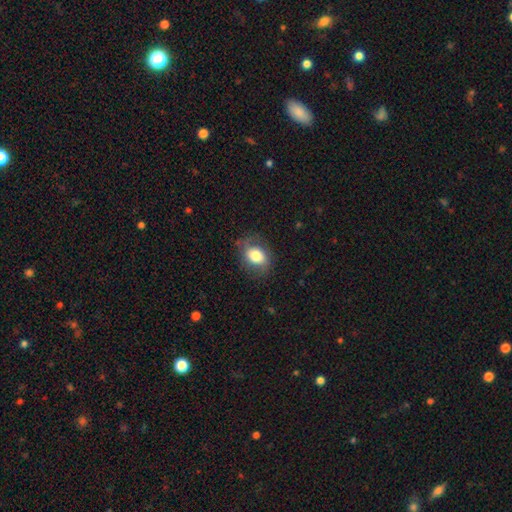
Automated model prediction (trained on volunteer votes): Smooth or featured? smooth (74%)
How rounded? in between (67%)
Merging? none (71%)